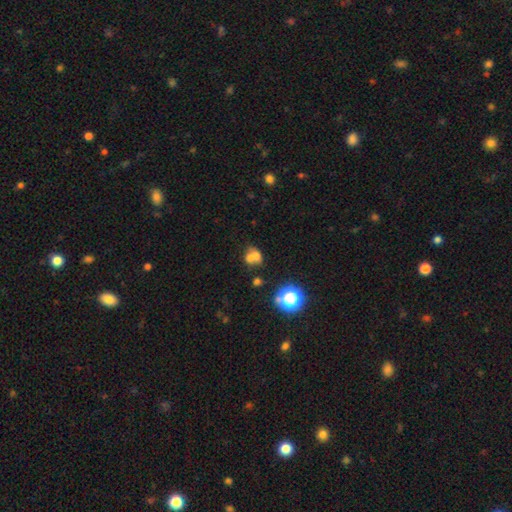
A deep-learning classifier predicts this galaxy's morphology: Smooth or featured: smooth — 59% (featured or disk — 22%)
How rounded: round — 58% (in between — 40%)
Merging: merger — 58% (none — 27%)